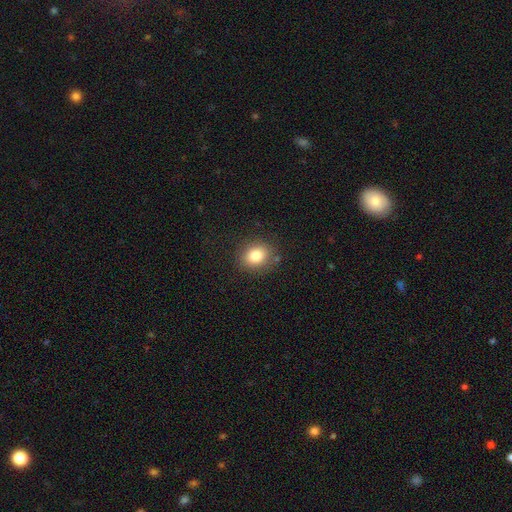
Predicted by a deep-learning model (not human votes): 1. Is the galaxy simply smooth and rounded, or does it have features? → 81% smooth, 11% star or artifact, 8% featured or disk.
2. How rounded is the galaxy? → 60% round, 39% in between, 1% cigar-shaped.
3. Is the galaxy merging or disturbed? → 85% none, 10% minor disturbance, 3% major disturbance, 2% merger.